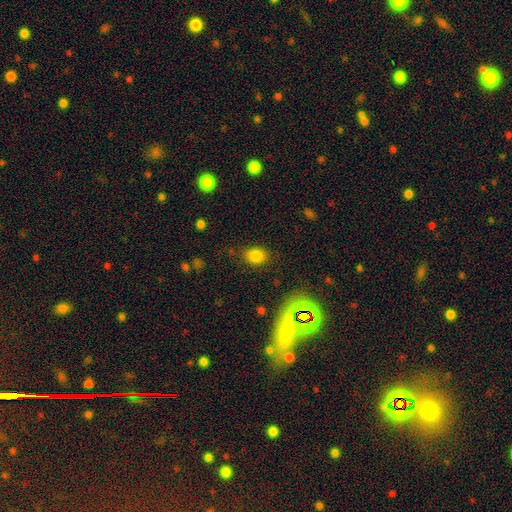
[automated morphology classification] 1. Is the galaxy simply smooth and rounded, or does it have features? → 80% smooth, 14% star or artifact, 6% featured or disk.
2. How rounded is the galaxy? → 53% in between, 46% round, 1% cigar-shaped.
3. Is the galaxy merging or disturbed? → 83% none, 11% minor disturbance, 4% major disturbance, 2% merger.